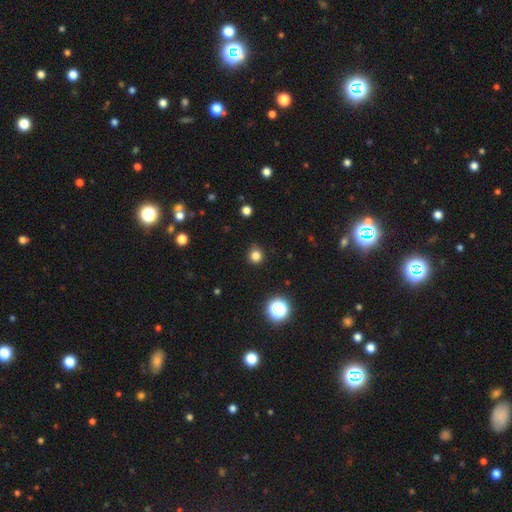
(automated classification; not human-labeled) A smooth galaxy with no disk features (80%) that is round (90%). Merging: none (84%).